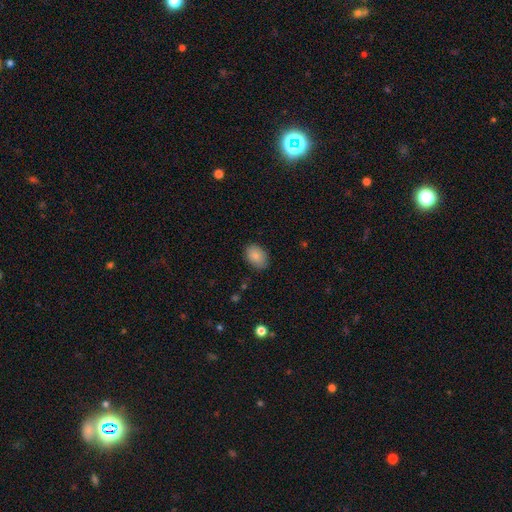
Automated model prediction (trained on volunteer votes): Smooth or featured?
  - smooth: 86% *
  - star or artifact: 7%
  - featured or disk: 7%
How rounded?
  - in between: 78% *
  - round: 21%
  - cigar-shaped: 1%
Merging?
  - none: 81% *
  - minor disturbance: 15%
  - major disturbance: 3%
  - merger: 1%